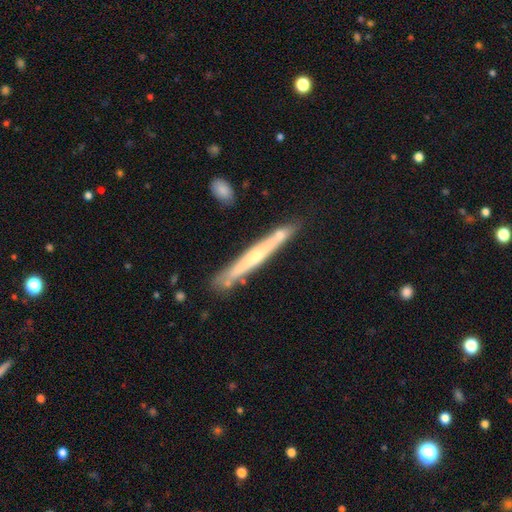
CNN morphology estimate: This appears to be a featured or disk galaxy (61%) viewed edge-on (94%) with a rounded central bulge (52%). Merging: none (77%).